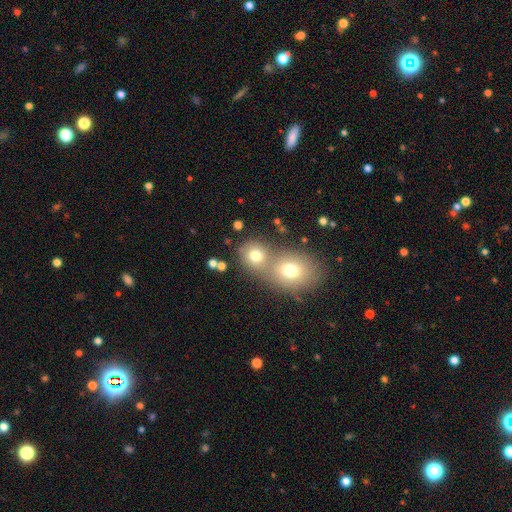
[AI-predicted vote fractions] smooth-or-featured: smooth: 74% | featured or disk: 14% | star or artifact: 12%
  how-rounded: round: 73% | in between: 26% | cigar-shaped: 1%
  merging: merger: 56% | none: 34% | minor disturbance: 7% | major disturbance: 3%